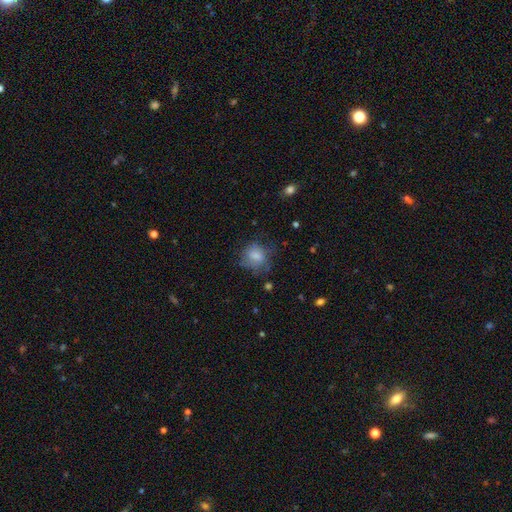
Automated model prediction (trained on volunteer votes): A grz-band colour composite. It shows a smooth galaxy with no disk features (73%) that is round (63%). Merging: none (52%).